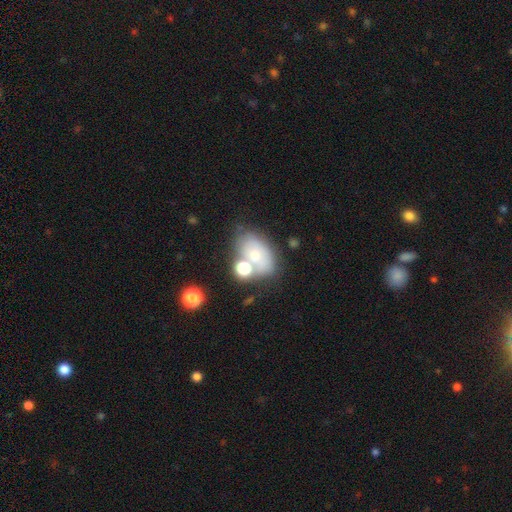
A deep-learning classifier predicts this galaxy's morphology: Smooth or featured?
  - smooth: 65% *
  - featured or disk: 23%
  - star or artifact: 12%
How rounded?
  - in between: 82% *
  - round: 17%
  - cigar-shaped: 1%
Merging?
  - none: 46% *
  - merger: 27%
  - minor disturbance: 18%
  - major disturbance: 9%